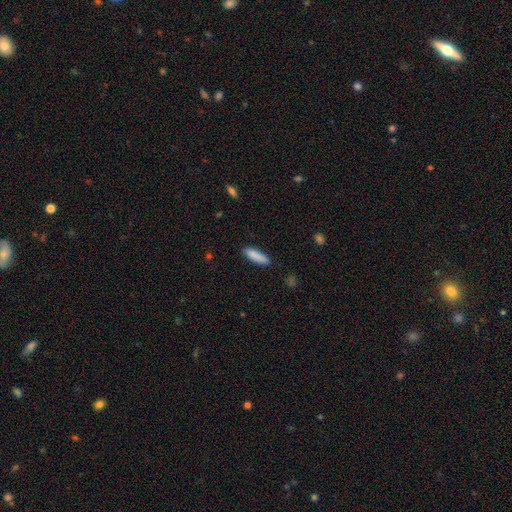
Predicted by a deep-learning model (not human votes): Q: Smooth or featured?
A: smooth (88%); runner-up: featured or disk (6%)
Q: How rounded?
A: cigar-shaped (64%); runner-up: in between (34%)
Q: Merging?
A: none (86%); runner-up: minor disturbance (10%)